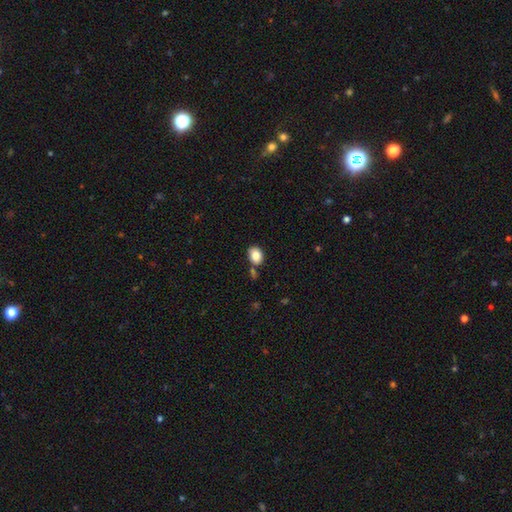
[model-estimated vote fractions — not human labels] A smooth galaxy with no disk features (84%) that is in between round and cigar-shaped (67%). Merging: none (72%).